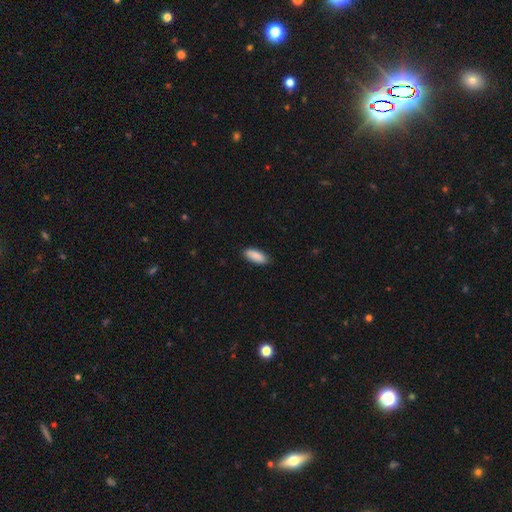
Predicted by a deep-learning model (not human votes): Smooth or featured? smooth (90%)
How rounded? in between (76%)
Merging? none (86%)